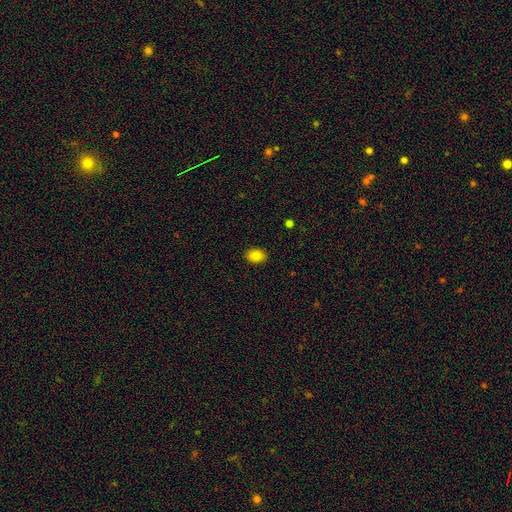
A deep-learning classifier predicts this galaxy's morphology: type=smooth (83%); roundness=in between (68%); merging=none (90%).